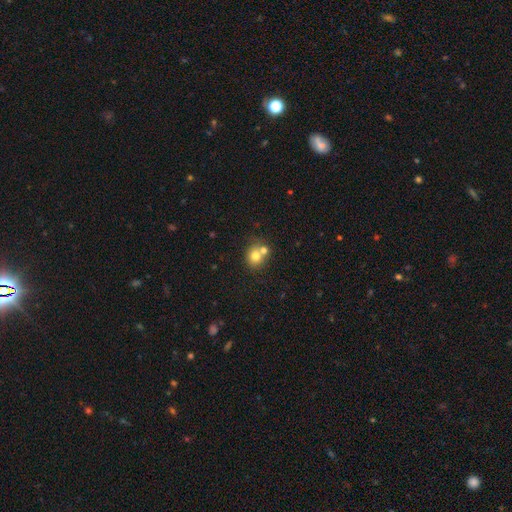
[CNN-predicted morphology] smooth_or_featured: smooth (p=0.74) [alt: featured or disk p=0.14]
how_rounded: round (p=0.77) [alt: in between p=0.22]
merging: merger (p=0.45) [alt: none p=0.44]